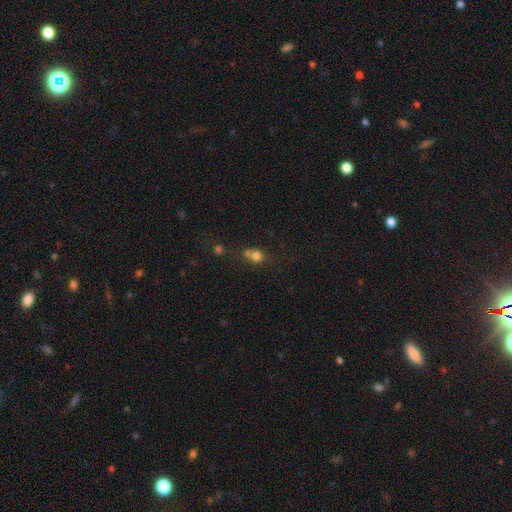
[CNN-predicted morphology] Q: Smooth or featured?
A: smooth (73%); runner-up: star or artifact (15%)
Q: How rounded?
A: round (80%); runner-up: in between (19%)
Q: Merging?
A: merger (44%); runner-up: none (41%)